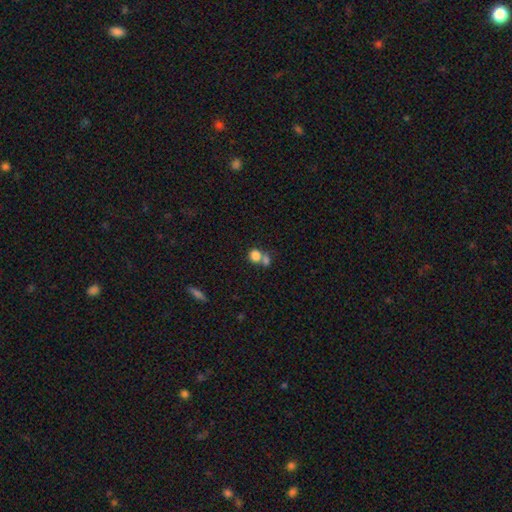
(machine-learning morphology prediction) A smooth galaxy with no disk features (81%) that is round (76%).

Vote fractions:
- Smooth or featured? smooth: 81% / star or artifact: 10% / featured or disk: 9%
- How rounded? round: 76% / in between: 22% / cigar-shaped: 1%
- Merging? merger: 49% / none: 39% / minor disturbance: 8% / major disturbance: 4%